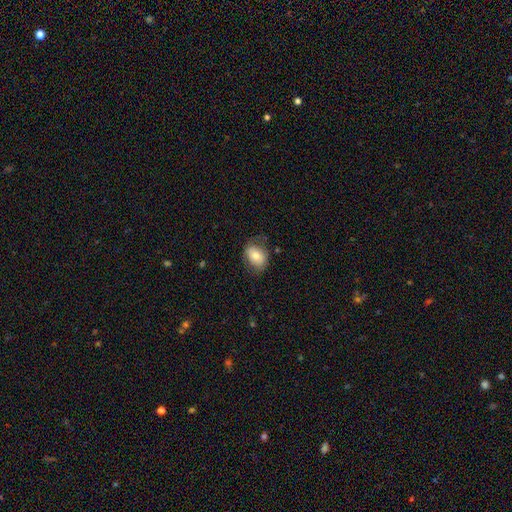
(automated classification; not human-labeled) Smooth or featured? smooth (72%)
How rounded? in between (70%)
Merging? none (70%)